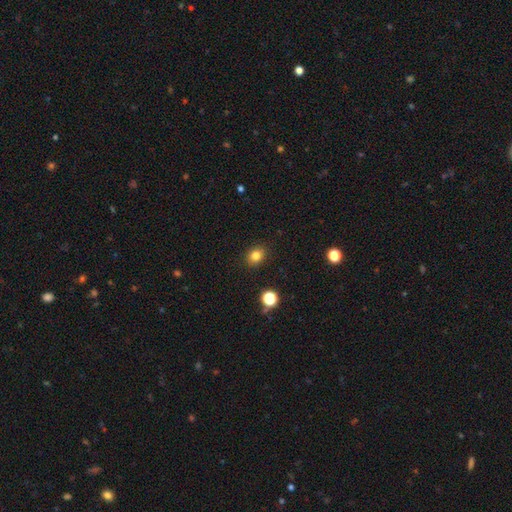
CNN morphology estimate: smooth 81%, star or artifact 13%, featured or disk 6%. Down the decision tree: how rounded — round (58%); merging — none (89%).